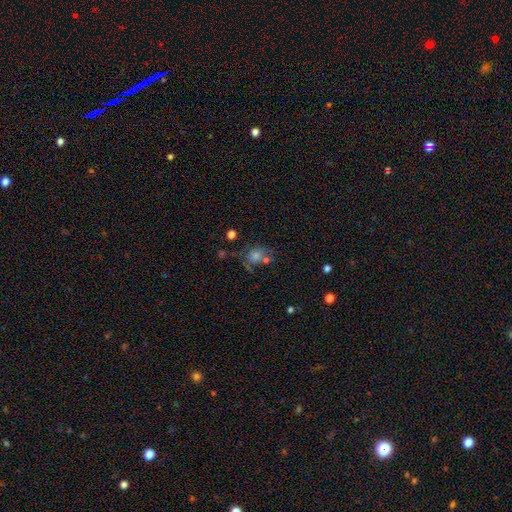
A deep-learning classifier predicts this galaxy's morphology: Q: Smooth or featured?
A: smooth (46%); runner-up: featured or disk (28%)
Q: Merging?
A: none (45%); runner-up: minor disturbance (19%)